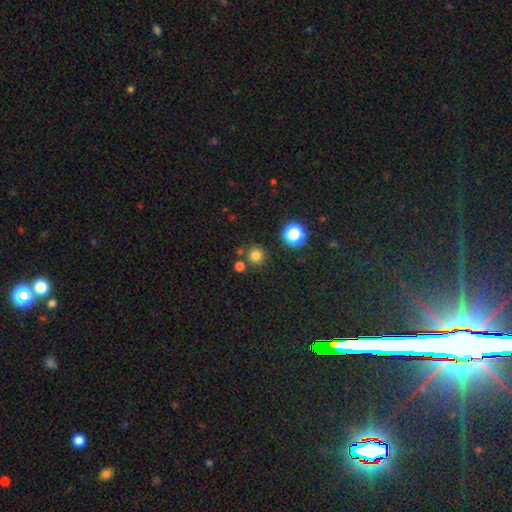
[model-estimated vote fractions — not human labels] smooth-or-featured: smooth: 77% | star or artifact: 18% | featured or disk: 5%
  how-rounded: round: 93% | in between: 6% | cigar-shaped: 1%
  merging: none: 81% | merger: 9% | minor disturbance: 8% | major disturbance: 3%